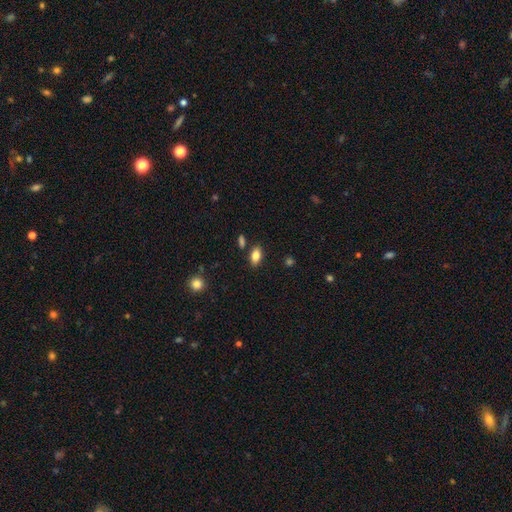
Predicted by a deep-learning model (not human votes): Smooth or featured: smooth — 82% (featured or disk — 9%)
How rounded: in between — 89% (round — 7%)
Merging: none — 84% (minor disturbance — 10%)